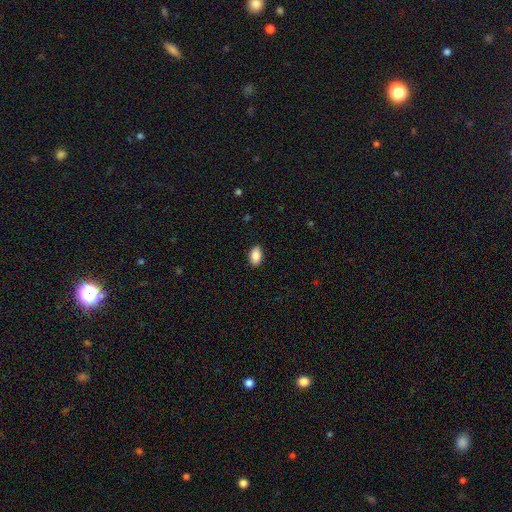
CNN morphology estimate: Overall: smooth (88%). How rounded: in between (92%). Merging: none (89%).